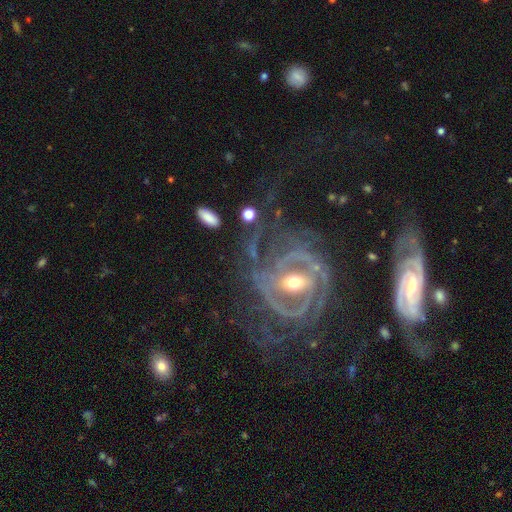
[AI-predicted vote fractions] This appears to be a featured or disk galaxy (85%) with a weak bar (36%), 2 (44%) tight (50%) spiral arms (88%) and a moderate central bulge (58%). Merging: none (48%).